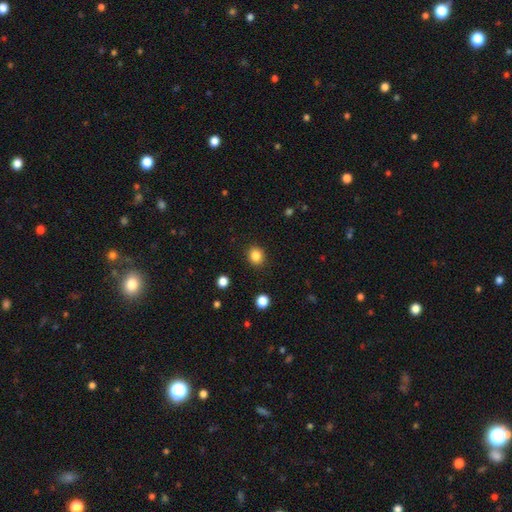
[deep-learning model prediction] Morphology: type=smooth (85%); roundness=round (76%); merging=none (90%).